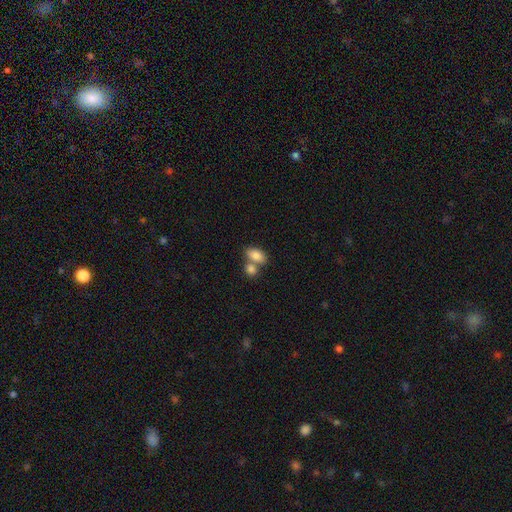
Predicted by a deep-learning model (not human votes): smooth 84%, featured or disk 9%, star or artifact 8%. Down the decision tree: how rounded — in between (89%); merging — merger (46%).